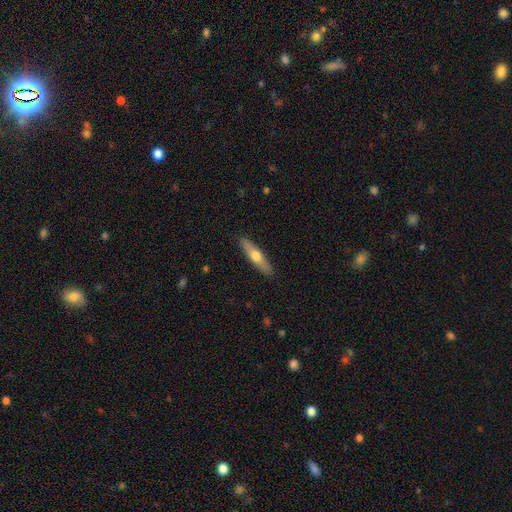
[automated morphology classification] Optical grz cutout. It shows a smooth galaxy with no disk features (52%) that is cigar-shaped (78%). Merging: none (90%).